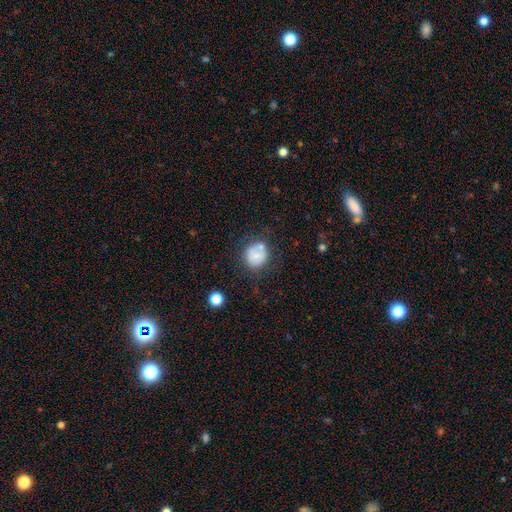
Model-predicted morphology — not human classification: A smooth galaxy with no disk features (70%) that is round (81%). Merging: none (58%).